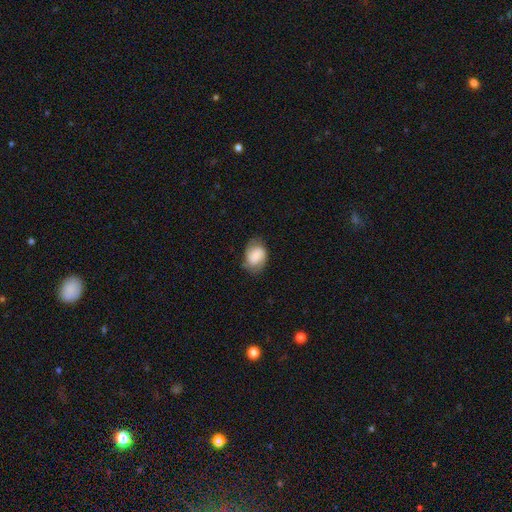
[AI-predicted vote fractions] Q: Smooth or featured?
A: smooth (70%); runner-up: featured or disk (22%)
Q: How rounded?
A: in between (75%); runner-up: round (24%)
Q: Merging?
A: none (64%); runner-up: minor disturbance (26%)